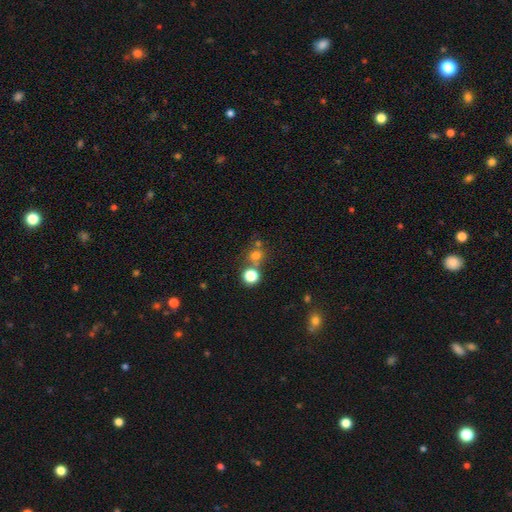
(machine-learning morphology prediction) The model was most divided on "merging": none: 58%, merger: 30%, minor disturbance: 8%, major disturbance: 4%. More confident: how rounded — round (85%); smooth or featured — smooth (68%).